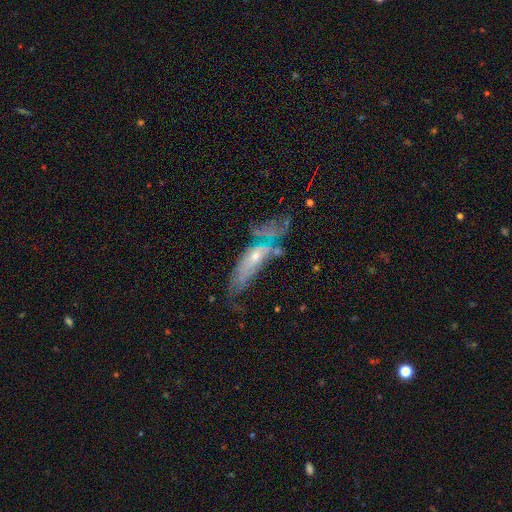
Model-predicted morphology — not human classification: Smooth or featured: featured or disk — 60% (smooth — 30%)
Edge-on disk: no — 74% (yes — 26%)
Merging: merger — 29% (major disturbance — 28%)